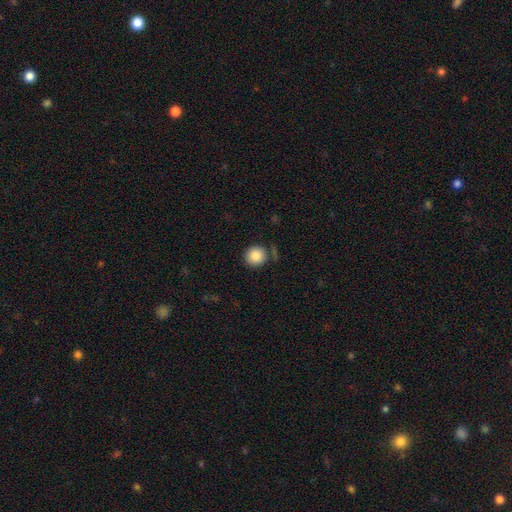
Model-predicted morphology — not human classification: Smooth or featured? Predicted: smooth (p=0.86). How rounded? Predicted: round (p=0.91). Merging? Predicted: none (p=0.80).